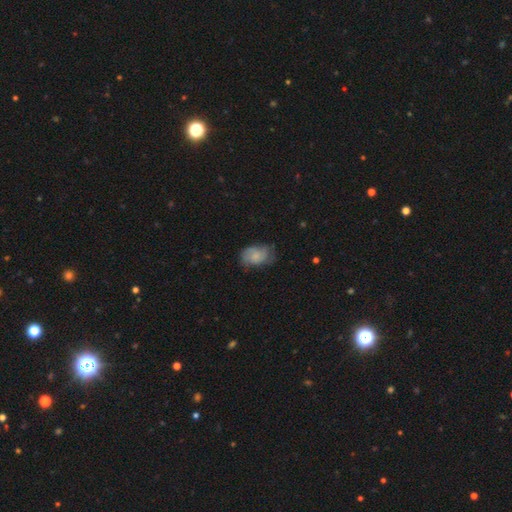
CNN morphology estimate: The model was most divided on "smooth or featured": smooth: 54%, featured or disk: 38%, star or artifact: 8%. More confident: how rounded — in between (81%); merging — none (53%).